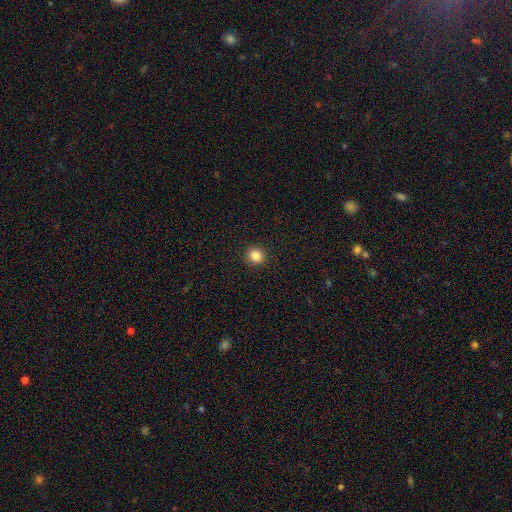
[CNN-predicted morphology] Q: Smooth or featured?
A: smooth (84%); runner-up: star or artifact (11%)
Q: How rounded?
A: round (85%); runner-up: in between (14%)
Q: Merging?
A: none (92%); runner-up: minor disturbance (5%)